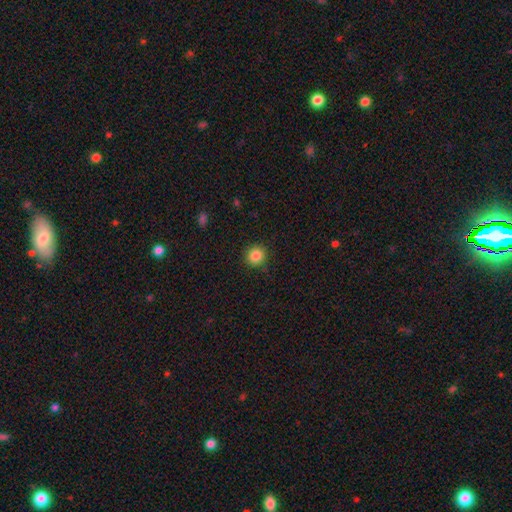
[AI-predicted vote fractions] smooth 86%, star or artifact 10%, featured or disk 4%. Down the decision tree: how rounded — round (91%); merging — none (90%).